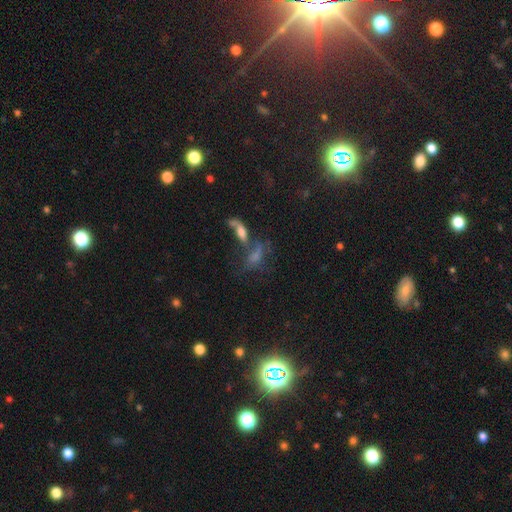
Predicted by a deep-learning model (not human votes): Smooth or featured?
  - star or artifact: 39% *
  - smooth: 33%
  - featured or disk: 28%